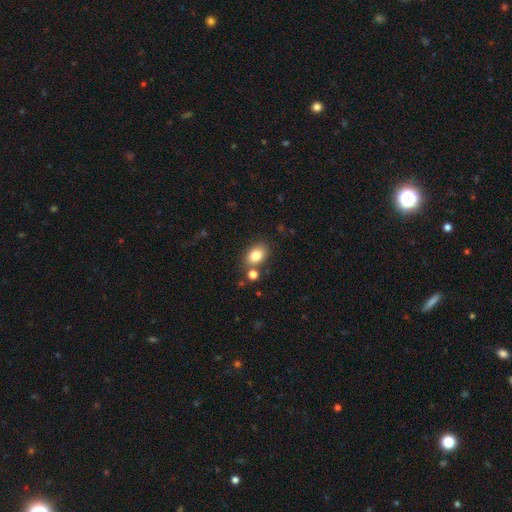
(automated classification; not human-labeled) This is clearly a smooth galaxy (82%). How rounded: likely in between (77%). Merging: likely none (72%).